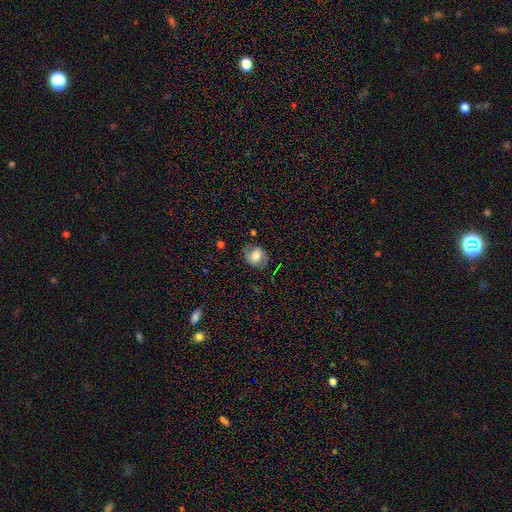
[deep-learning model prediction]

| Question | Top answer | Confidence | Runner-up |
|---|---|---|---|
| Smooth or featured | smooth | 48% | featured or disk (43%) |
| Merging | none | 73% | minor disturbance (18%) |